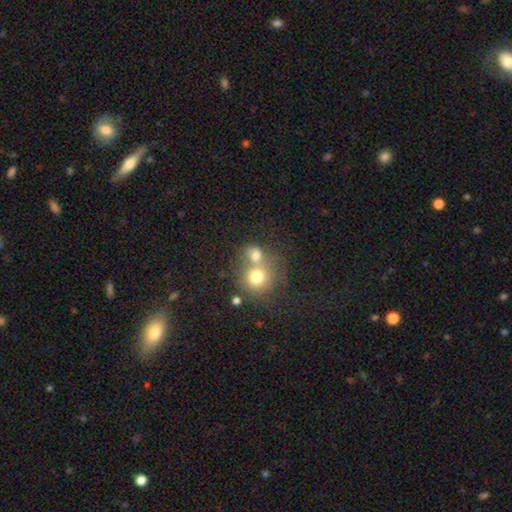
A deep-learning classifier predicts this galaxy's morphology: smooth-or-featured: smooth: 72% | featured or disk: 16% | star or artifact: 12%
  how-rounded: round: 75% | in between: 24% | cigar-shaped: 1%
  merging: merger: 58% | none: 30% | minor disturbance: 7% | major disturbance: 5%